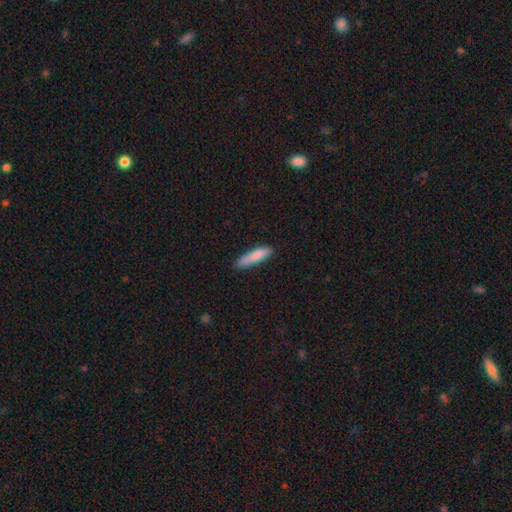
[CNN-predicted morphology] Smooth or featured: smooth — 83% (featured or disk — 11%)
How rounded: cigar-shaped — 81% (in between — 18%)
Merging: none — 77% (minor disturbance — 18%)